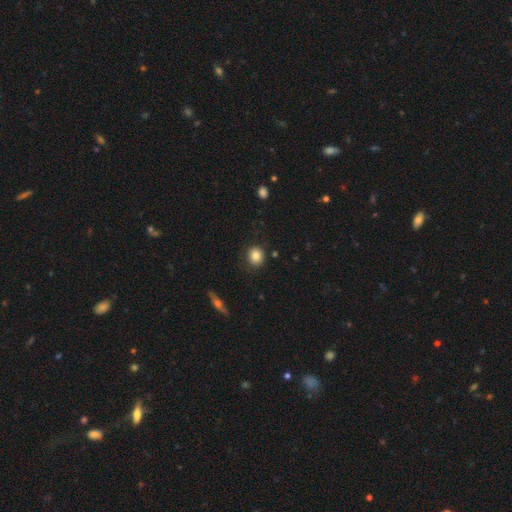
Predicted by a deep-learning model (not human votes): Smooth or featured? smooth (83%)
How rounded? round (82%)
Merging? none (85%)